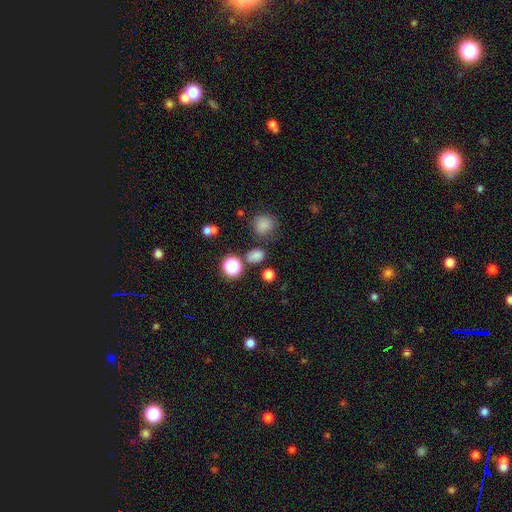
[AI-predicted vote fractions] smooth_or_featured: smooth (p=0.73) [alt: star or artifact p=0.22]
how_rounded: round (p=0.60) [alt: in between p=0.39]
merging: none (p=0.76) [alt: minor disturbance p=0.11]